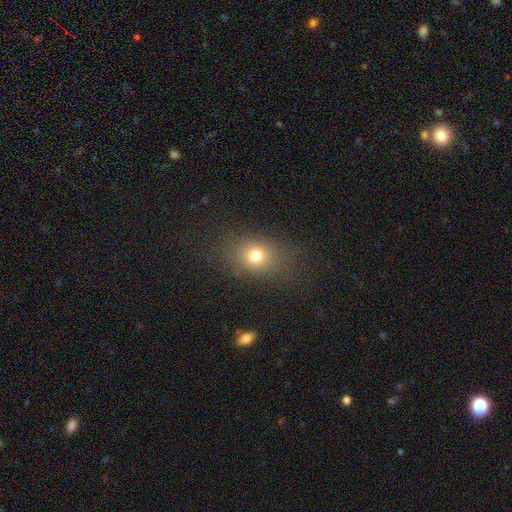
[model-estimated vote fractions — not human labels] Morphology: type=smooth (74%); roundness=in between (52%); merging=none (78%).